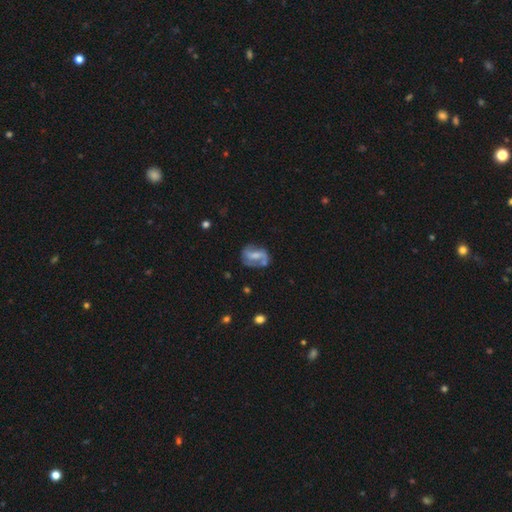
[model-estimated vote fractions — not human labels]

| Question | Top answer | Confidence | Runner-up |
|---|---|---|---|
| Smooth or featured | featured or disk | 65% | smooth (27%) |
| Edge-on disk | no | 97% | yes (3%) |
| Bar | weak | 41% | strong (33%) |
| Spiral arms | yes | 78% | no (22%) |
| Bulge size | small | 32% | none (31%) |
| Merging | none | 52% | minor disturbance (24%) |